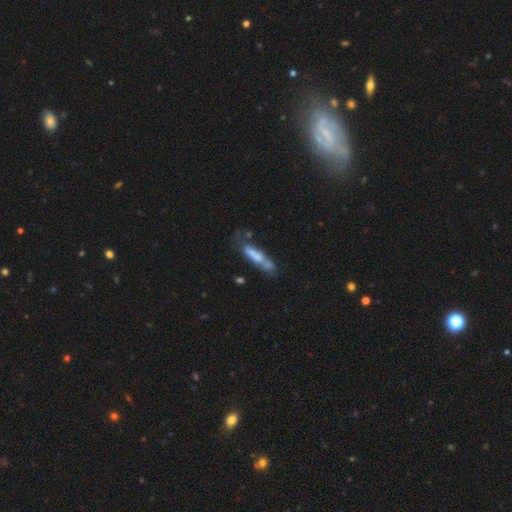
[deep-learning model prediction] Q: Smooth or featured?
A: smooth (52%); runner-up: featured or disk (40%)
Q: How rounded?
A: cigar-shaped (72%); runner-up: in between (26%)
Q: Merging?
A: none (39%); runner-up: minor disturbance (24%)